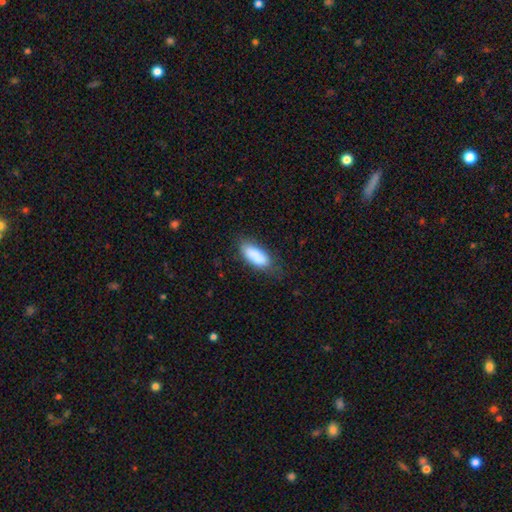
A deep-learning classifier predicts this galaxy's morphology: A smooth galaxy with no disk features (85%) that is in between round and cigar-shaped (81%). Merging: none (68%).